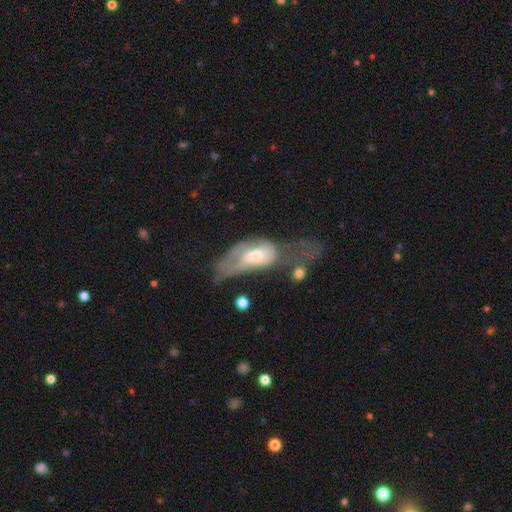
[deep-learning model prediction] The model was most divided on "smooth or featured": featured or disk: 48%, smooth: 45%, star or artifact: 7%. More confident: merging — major disturbance (56%).